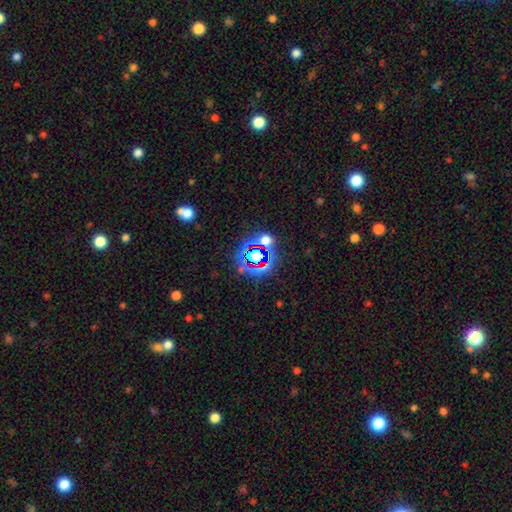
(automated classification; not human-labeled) The model was most divided on "smooth or featured": star or artifact: 64%, smooth: 25%, featured or disk: 11%.